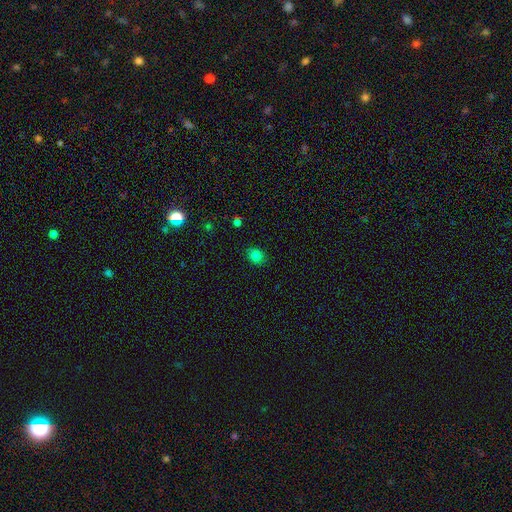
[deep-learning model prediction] smooth 82%, star or artifact 13%, featured or disk 5%. Down the decision tree: how rounded — round (68%); merging — none (87%).